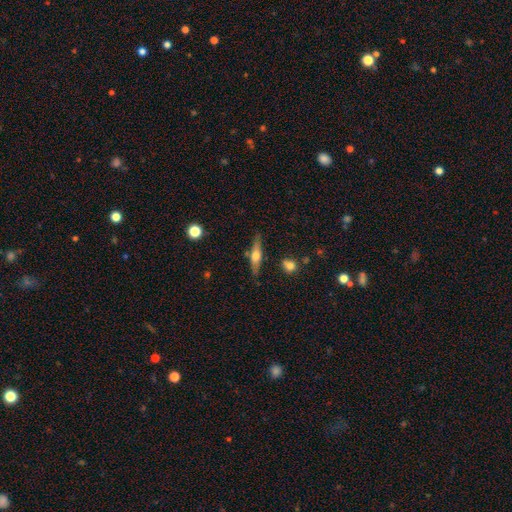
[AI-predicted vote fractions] Morphology: type=featured or disk (53%); edge-on=yes (92%); merging=none (79%).